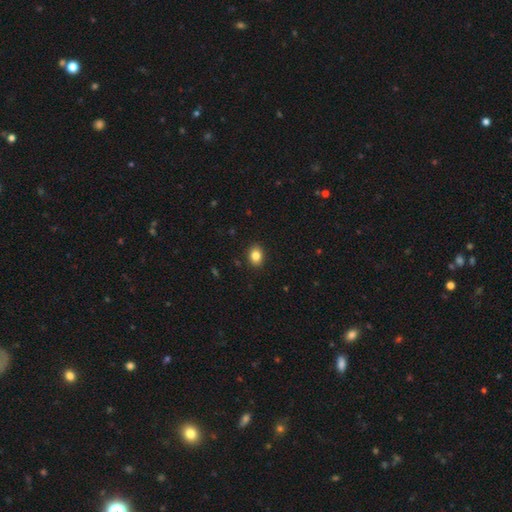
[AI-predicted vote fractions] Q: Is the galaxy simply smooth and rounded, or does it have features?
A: smooth — 85%.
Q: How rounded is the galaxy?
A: in between — 62%.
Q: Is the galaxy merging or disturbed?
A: none — 90%.